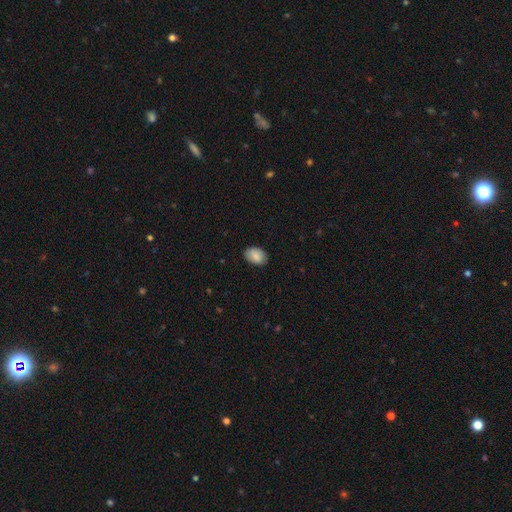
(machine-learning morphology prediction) This is clearly a smooth galaxy (86%). How rounded: clearly in between (84%). Merging: clearly none (84%).